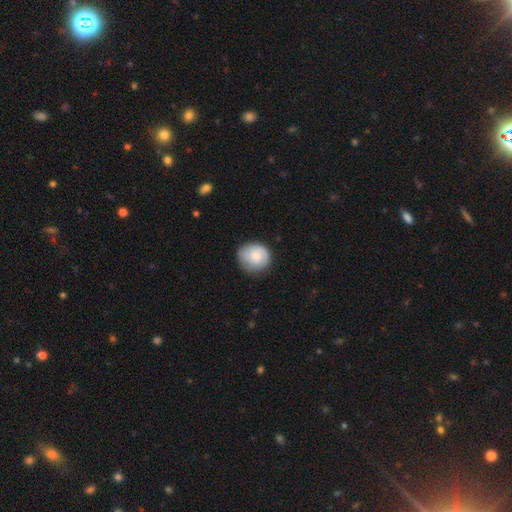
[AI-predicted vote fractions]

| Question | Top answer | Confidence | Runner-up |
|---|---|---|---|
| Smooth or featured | smooth | 78% | featured or disk (15%) |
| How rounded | round | 82% | in between (17%) |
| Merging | none | 77% | minor disturbance (18%) |